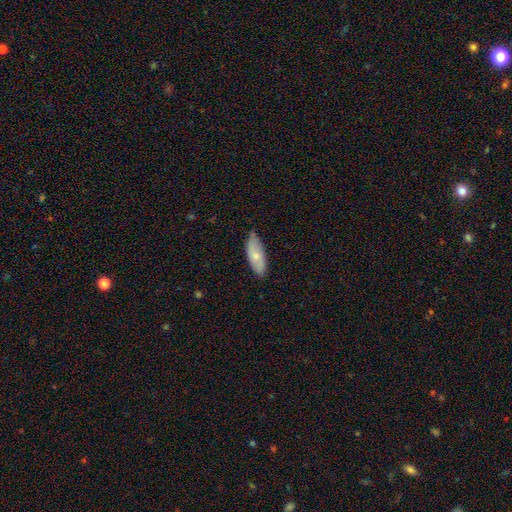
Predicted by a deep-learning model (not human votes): smooth-or-featured: smooth: 68% | featured or disk: 26% | star or artifact: 5%
  how-rounded: in between: 78% | cigar-shaped: 20% | round: 2%
  merging: none: 74% | minor disturbance: 22% | major disturbance: 3% | merger: 1%